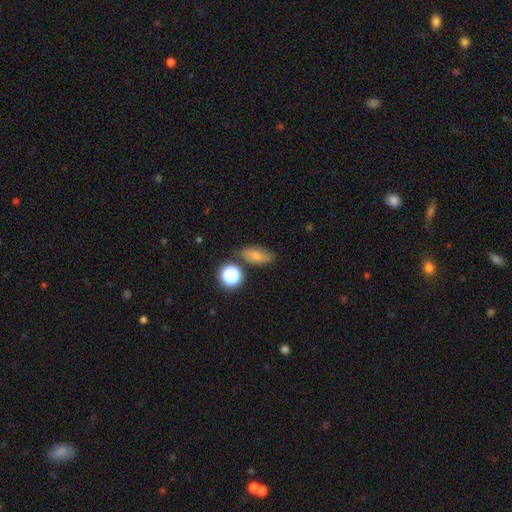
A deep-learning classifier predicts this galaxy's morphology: smooth-or-featured: smooth: 51% | star or artifact: 26% | featured or disk: 23%
  how-rounded: in between: 70% | round: 22% | cigar-shaped: 8%
  merging: none: 76% | minor disturbance: 14% | merger: 6% | major disturbance: 4%